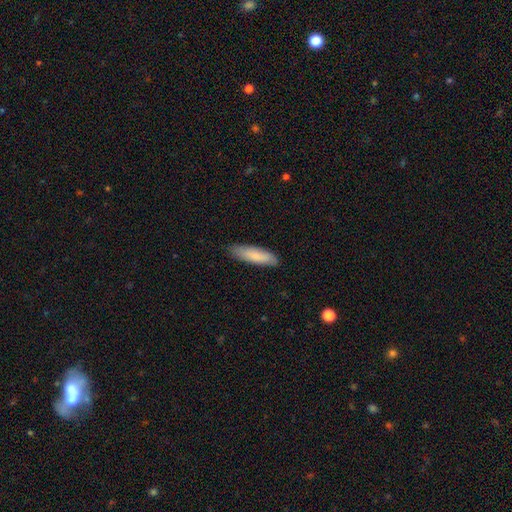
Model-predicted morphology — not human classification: A smooth galaxy with no disk features (81%) that is cigar-shaped (67%).

Vote fractions:
- Smooth or featured? smooth: 81% / featured or disk: 13% / star or artifact: 6%
- How rounded? cigar-shaped: 67% / in between: 32% / round: 1%
- Merging? none: 84% / minor disturbance: 13% / major disturbance: 2% / merger: 1%